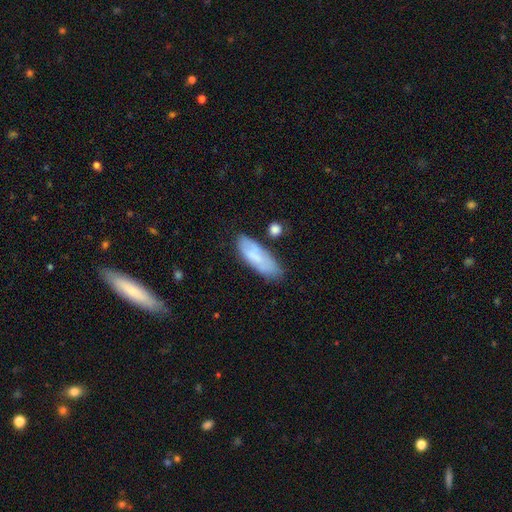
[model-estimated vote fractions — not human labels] Morphology: type=smooth (72%); roundness=in between (63%); merging=none (64%).